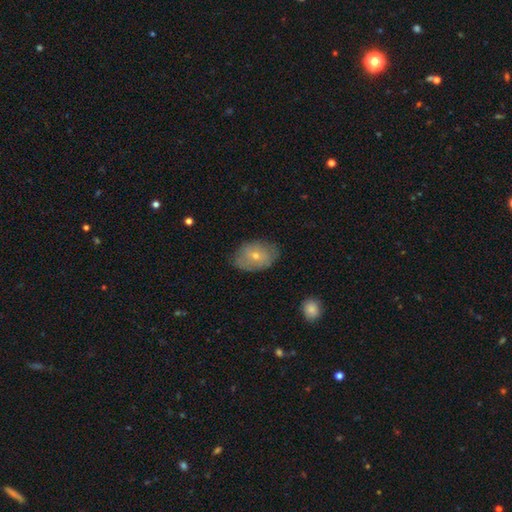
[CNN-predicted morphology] A smooth galaxy with no disk features (57%) that is in between round and cigar-shaped (82%).

Vote fractions:
- Smooth or featured? smooth: 57% / featured or disk: 35% / star or artifact: 9%
- How rounded? in between: 82% / round: 17% / cigar-shaped: 1%
- Merging? none: 75% / minor disturbance: 19% / major disturbance: 4% / merger: 1%